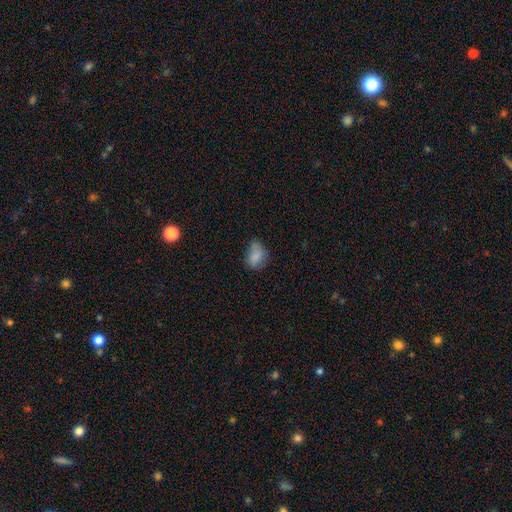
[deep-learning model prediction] Overall: smooth (80%). How rounded: in between (73%). Merging: none (53%; minor disturbance 34%).